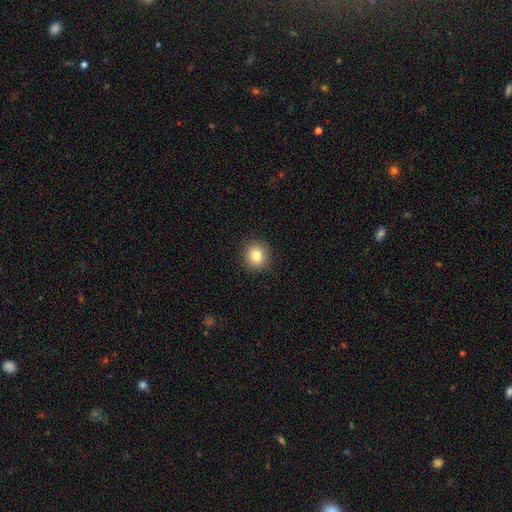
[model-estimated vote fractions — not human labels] Smooth or featured? Predicted: smooth (p=0.81). How rounded? Predicted: round (p=0.87). Merging? Predicted: none (p=0.90).